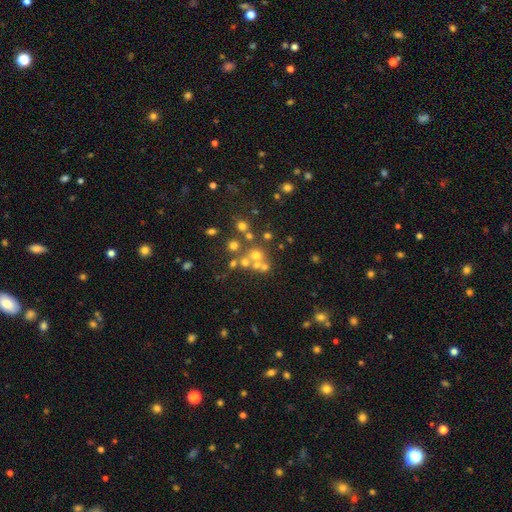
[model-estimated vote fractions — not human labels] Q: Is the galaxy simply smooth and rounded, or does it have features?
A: star or artifact — 46%.